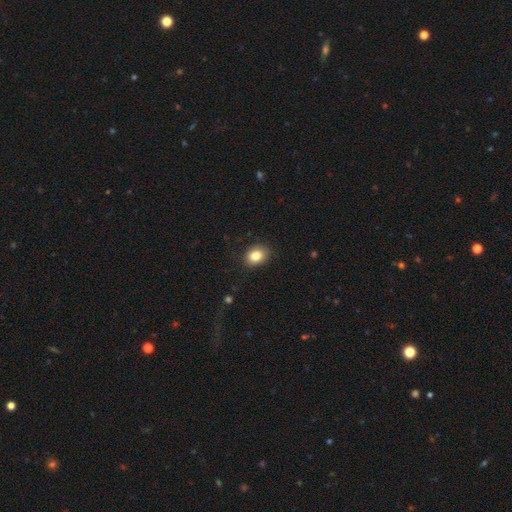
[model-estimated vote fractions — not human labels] Q: Smooth or featured?
A: smooth (84%); runner-up: star or artifact (9%)
Q: How rounded?
A: in between (57%); runner-up: round (42%)
Q: Merging?
A: none (86%); runner-up: minor disturbance (10%)